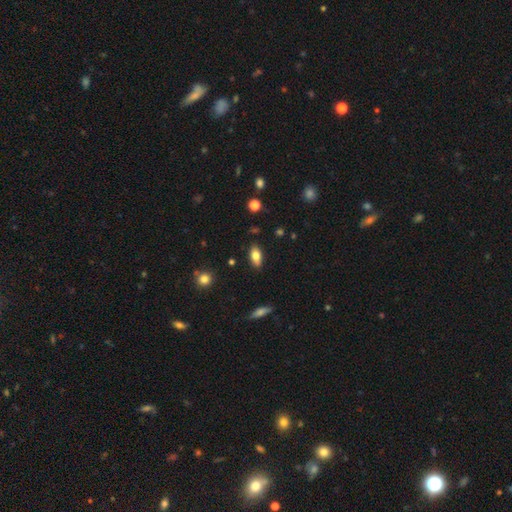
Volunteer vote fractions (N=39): Smooth or featured? 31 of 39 (79%) said smooth. How rounded? 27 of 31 (87%) said in between. Merging? 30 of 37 (81%) said none.